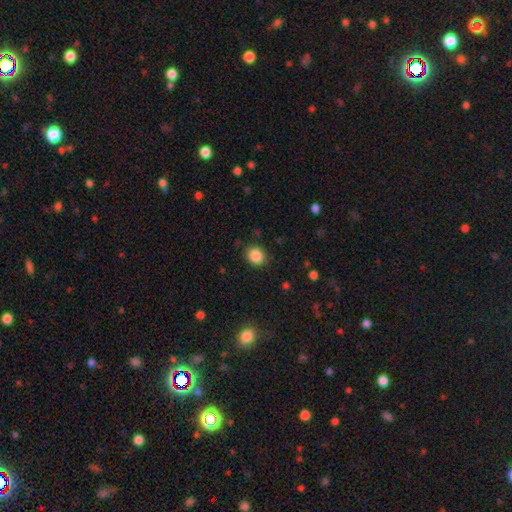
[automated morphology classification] type=smooth (87%); roundness=round (73%); merging=none (87%).